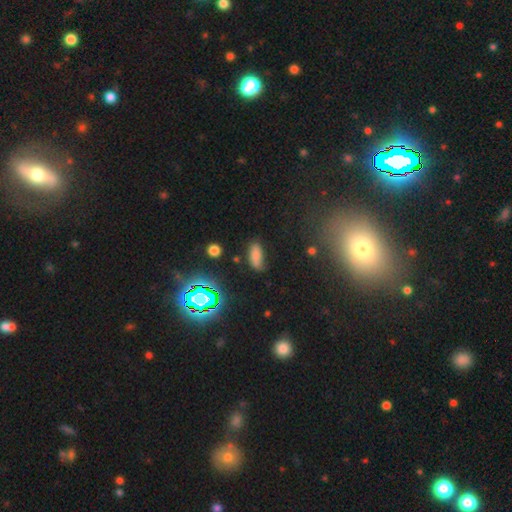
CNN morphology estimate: smooth-or-featured: smooth: 67% | star or artifact: 21% | featured or disk: 13%
  how-rounded: in between: 82% | cigar-shaped: 14% | round: 4%
  merging: none: 67% | minor disturbance: 23% | major disturbance: 7% | merger: 3%